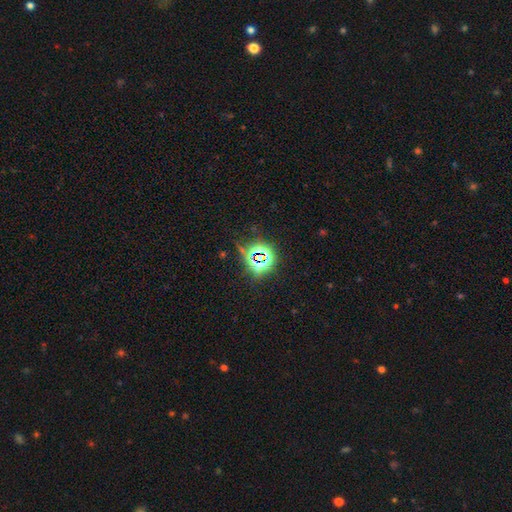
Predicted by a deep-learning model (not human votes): A star or artifact, not a galaxy (80%).

Vote fractions:
- Smooth or featured? star or artifact: 80% / smooth: 12% / featured or disk: 8%